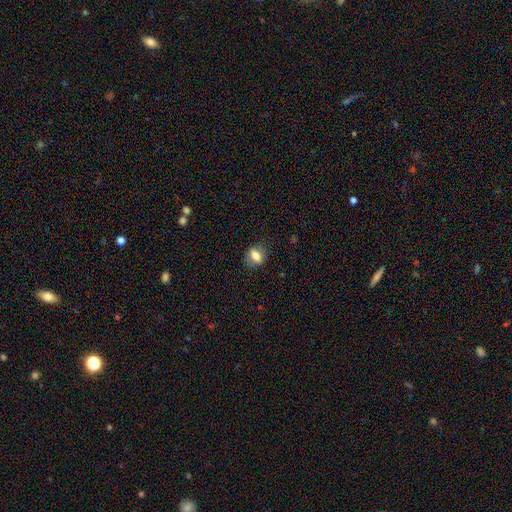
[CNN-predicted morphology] smooth 72%, featured or disk 18%, star or artifact 10%. Down the decision tree: how rounded — in between (58%); merging — none (81%).